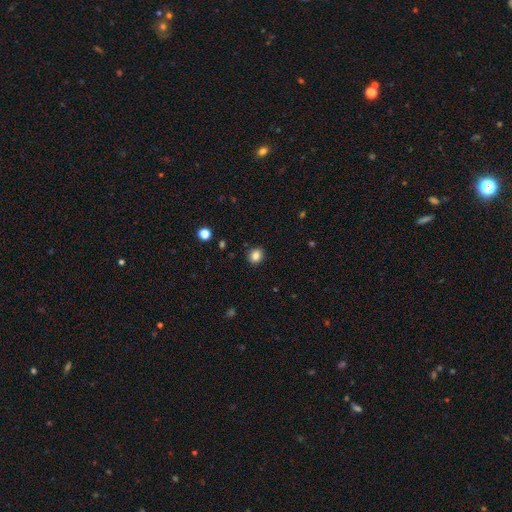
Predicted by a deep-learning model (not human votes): A smooth galaxy with no disk features (84%) that is round (77%). Merging: none (89%).